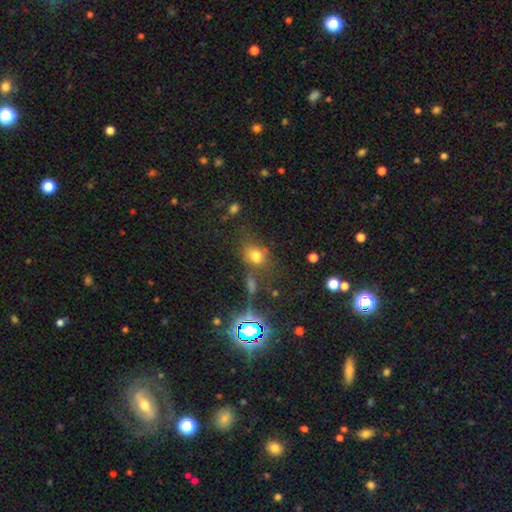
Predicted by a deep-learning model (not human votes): Morphology: type=smooth (67%); roundness=in between (56%); merging=none (59%).